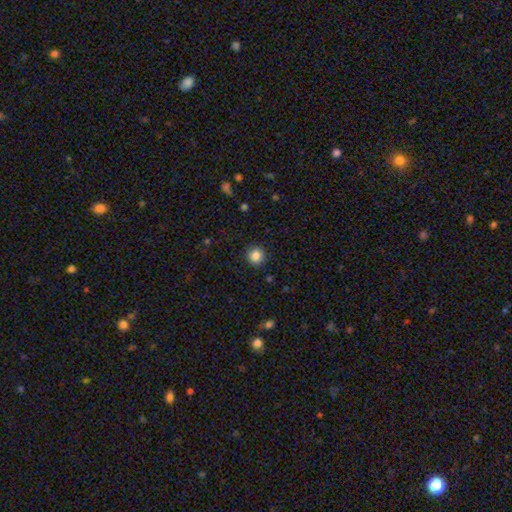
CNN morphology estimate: Smooth or featured: smooth — 86% (star or artifact — 10%)
How rounded: round — 94% (in between — 5%)
Merging: none — 91% (minor disturbance — 5%)